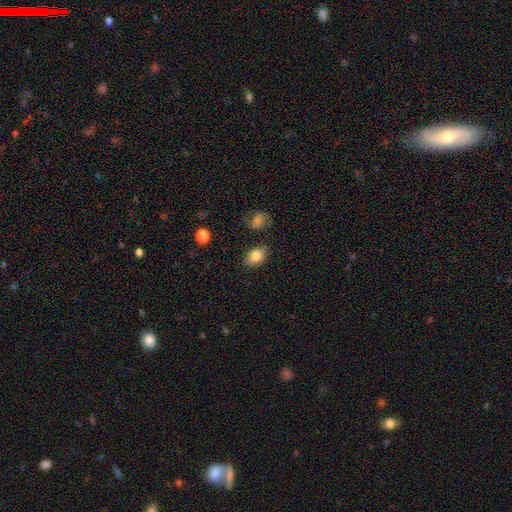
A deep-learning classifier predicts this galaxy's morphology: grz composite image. It shows a smooth galaxy with no disk features (84%) that is in between round and cigar-shaped (83%). Merging: none (83%).